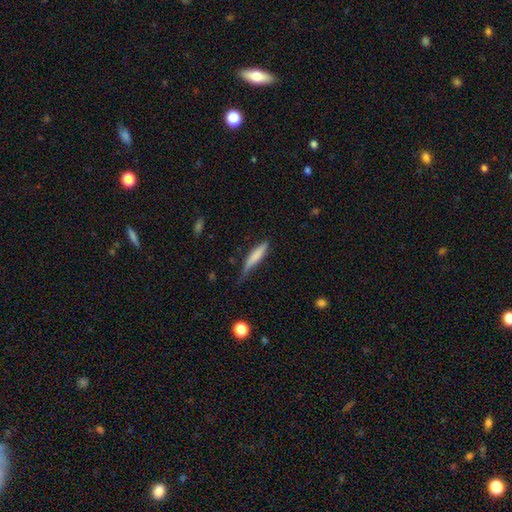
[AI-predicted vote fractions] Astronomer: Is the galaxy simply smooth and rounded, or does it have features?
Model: smooth — 74%.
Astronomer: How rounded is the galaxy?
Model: cigar-shaped — 82%.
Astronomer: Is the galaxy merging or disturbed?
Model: none — 43% (runner-up: minor disturbance, 41%).